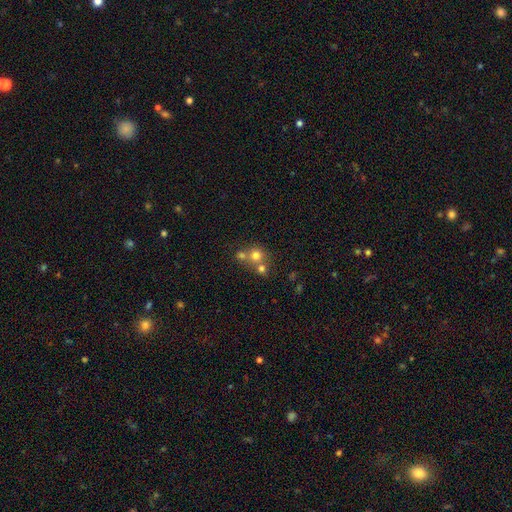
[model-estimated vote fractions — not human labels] smooth 69%, star or artifact 16%, featured or disk 15%. Down the decision tree: how rounded — round (87%); merging — none (46%, tied with merger).